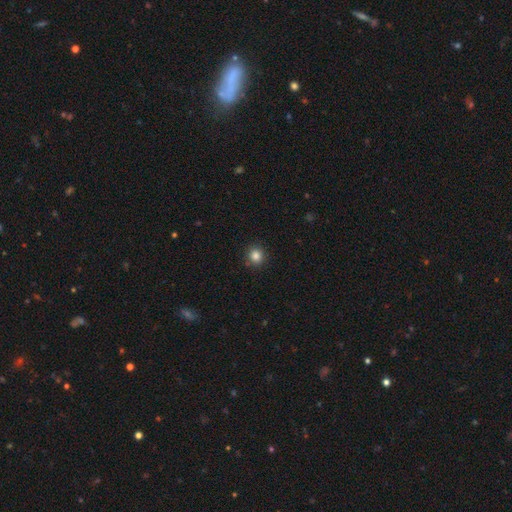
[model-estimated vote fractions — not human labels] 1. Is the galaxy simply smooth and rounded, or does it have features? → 84% smooth, 12% star or artifact, 5% featured or disk.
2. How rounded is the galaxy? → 89% round, 10% in between, 1% cigar-shaped.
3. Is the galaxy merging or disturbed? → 90% none, 7% minor disturbance, 2% major disturbance, 1% merger.